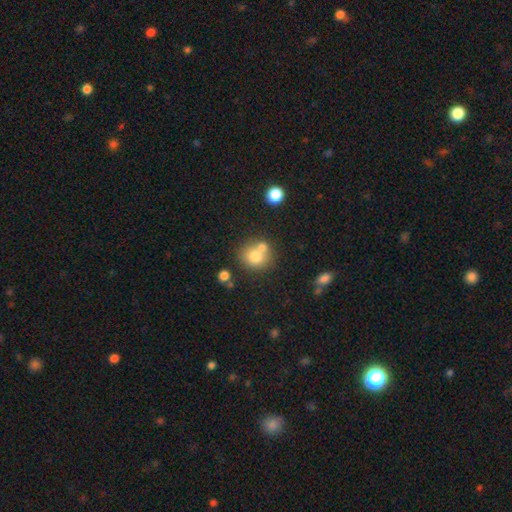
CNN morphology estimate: smooth-or-featured: smooth: 74% | featured or disk: 14% | star or artifact: 12%
  how-rounded: round: 81% | in between: 18% | cigar-shaped: 1%
  merging: none: 53% | merger: 35% | minor disturbance: 10% | major disturbance: 3%